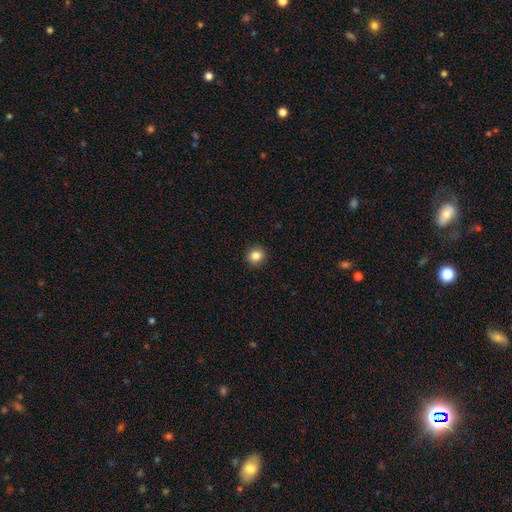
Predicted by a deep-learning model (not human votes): Smooth or featured? smooth (86%)
How rounded? round (82%)
Merging? none (91%)